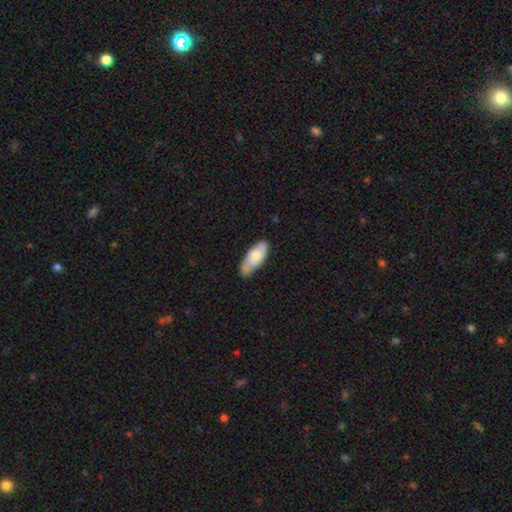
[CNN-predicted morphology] This appears to be a smooth galaxy with no disk features (69%) that is in between round and cigar-shaped (80%). Merging: none (64%).